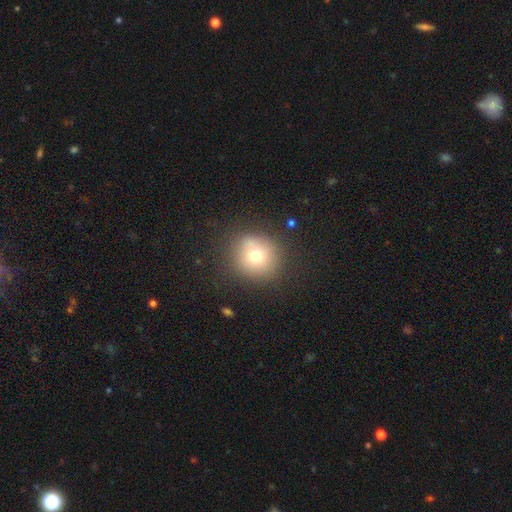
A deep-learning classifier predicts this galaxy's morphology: Smooth or featured? smooth (72%)
How rounded? round (89%)
Merging? none (81%)